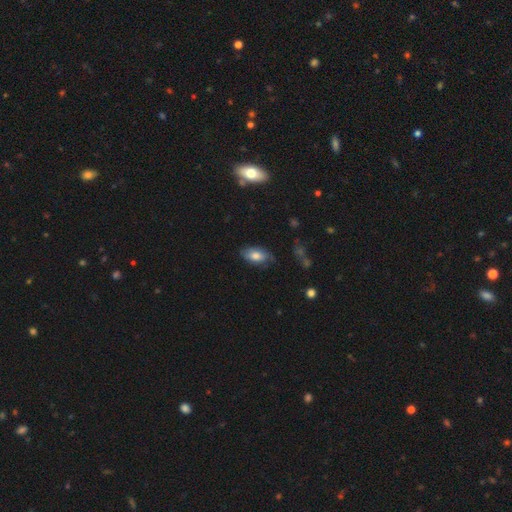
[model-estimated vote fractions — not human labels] Overall: smooth (77%). How rounded: in between (93%). Merging: none (73%).